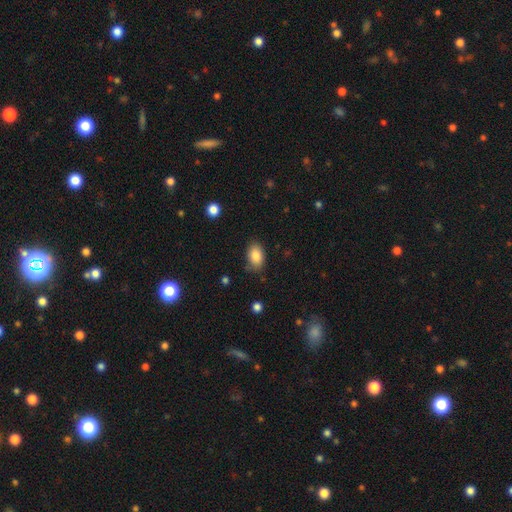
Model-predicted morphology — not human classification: Overall: smooth (85%). How rounded: in between (87%). Merging: none (78%).